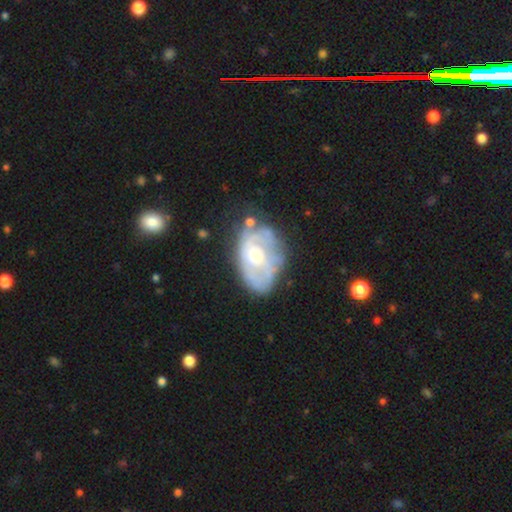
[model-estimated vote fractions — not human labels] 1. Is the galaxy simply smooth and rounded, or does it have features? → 68% featured or disk, 26% smooth, 6% star or artifact.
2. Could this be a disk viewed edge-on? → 96% no, 4% yes.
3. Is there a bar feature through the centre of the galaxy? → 78% no, 19% weak, 3% strong.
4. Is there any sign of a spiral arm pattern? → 57% yes, 43% no.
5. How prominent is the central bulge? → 48% moderate, 44% small, 4% large, 2% none, 1% dominant.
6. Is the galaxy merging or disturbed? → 49% none, 27% minor disturbance, 17% major disturbance, 7% merger.